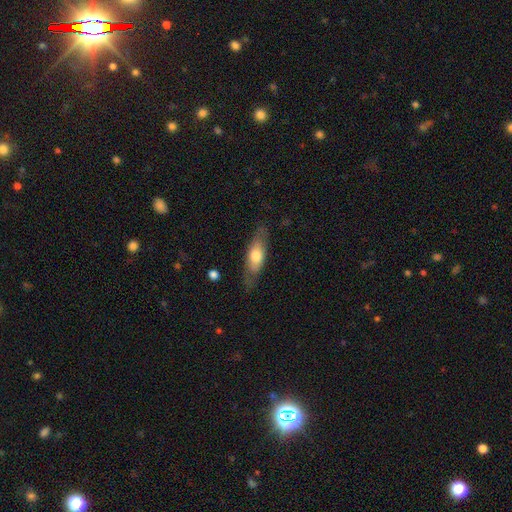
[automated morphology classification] Overall: smooth (58%; featured or disk 37%). How rounded: in between (61%; cigar-shaped 37%). Merging: none (76%).